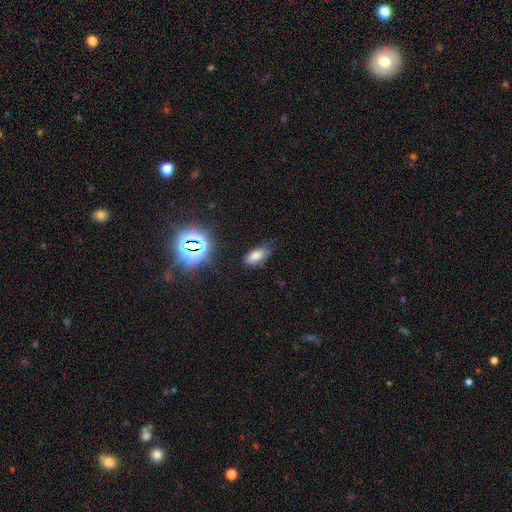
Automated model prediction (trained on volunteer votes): This appears to be a smooth galaxy with no disk features (74%) that is in between round and cigar-shaped (88%). Merging: none (71%).